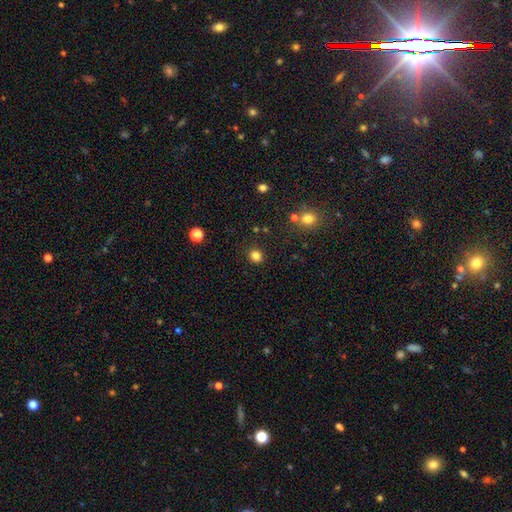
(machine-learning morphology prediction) This appears to be a smooth galaxy with no disk features (83%) that is round (82%). Merging: none (89%).